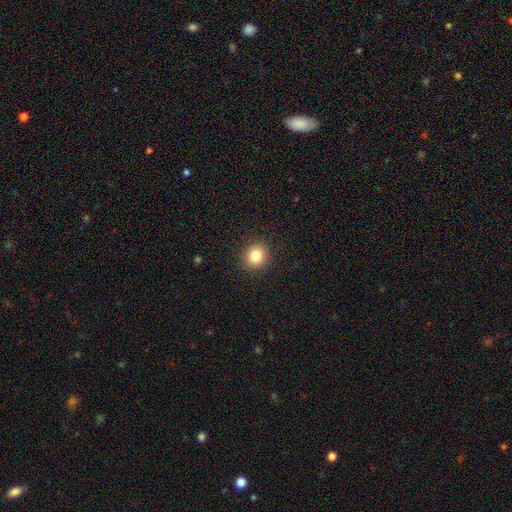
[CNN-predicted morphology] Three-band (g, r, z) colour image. It shows a smooth galaxy with no disk features (84%) that is round (84%). Merging: none (92%).